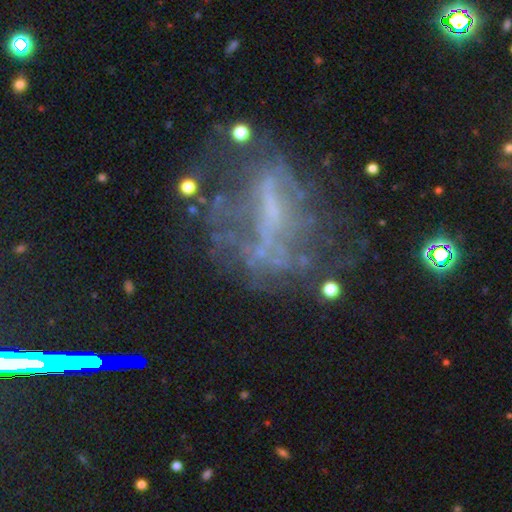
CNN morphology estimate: Smooth or featured? featured or disk (58%)
Edge-on disk? no (85%)
Merging? none (42%)